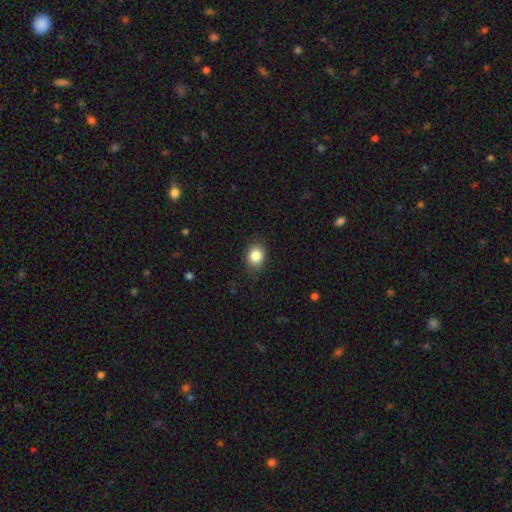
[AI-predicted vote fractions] Morphology: type=smooth (85%); roundness=round (56%); merging=none (85%).